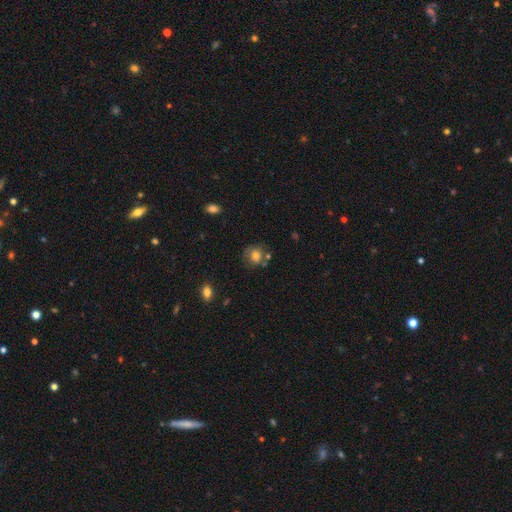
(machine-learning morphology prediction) This appears to be a smooth galaxy with no disk features (66%) that is round (80%). Merging: none (65%).